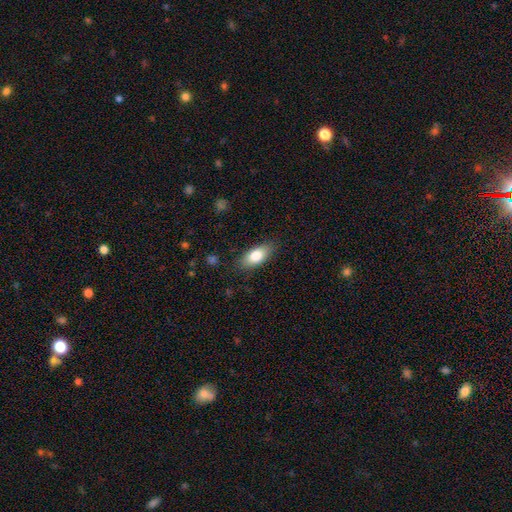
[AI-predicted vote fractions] A smooth galaxy with no disk features (81%) that is in between round and cigar-shaped (86%). Merging: none (83%).